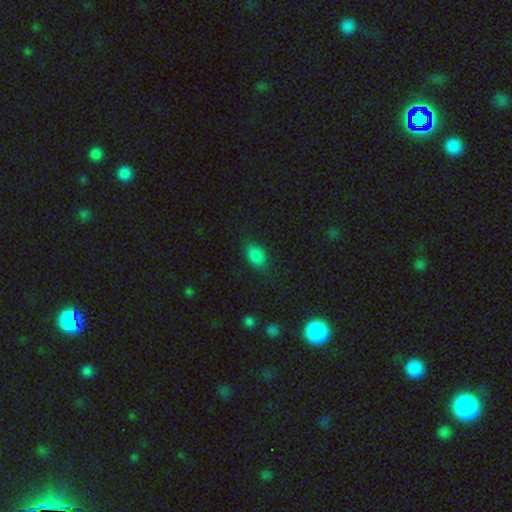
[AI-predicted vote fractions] Smooth or featured? smooth (85%)
How rounded? in between (83%)
Merging? none (80%)